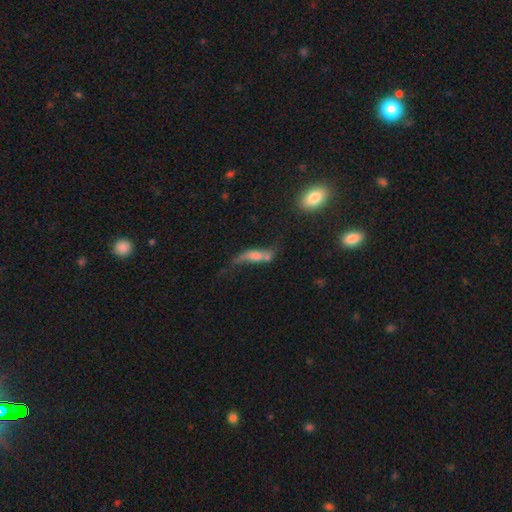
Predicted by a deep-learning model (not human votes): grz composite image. It shows a featured or disk galaxy (53%). Merging: none (39%).